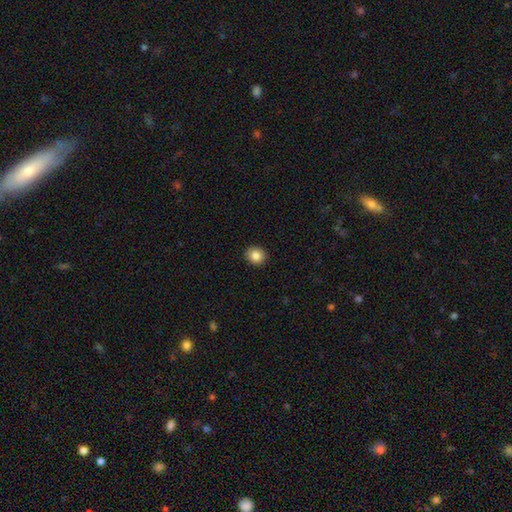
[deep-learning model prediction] Smooth or featured: smooth — 85% (star or artifact — 9%)
How rounded: round — 81% (in between — 19%)
Merging: none — 92% (minor disturbance — 6%)